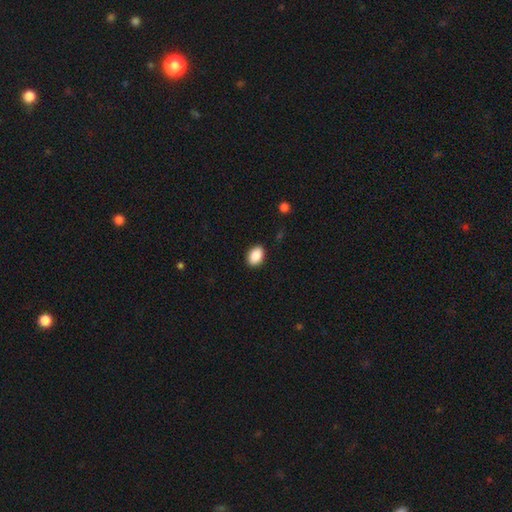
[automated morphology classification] A smooth galaxy with no disk features (89%) that is in between round and cigar-shaped (84%). Merging: none (89%).